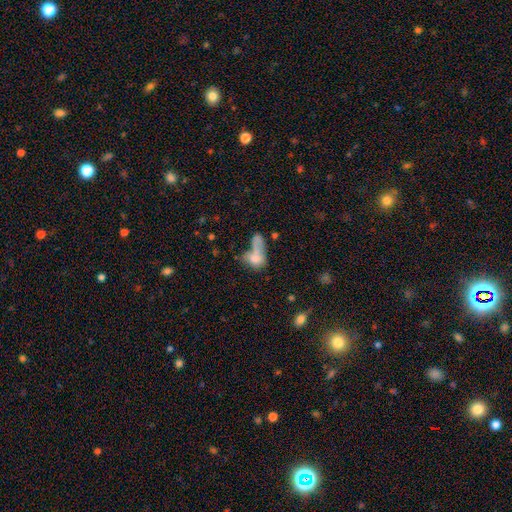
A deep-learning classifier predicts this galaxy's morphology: A smooth galaxy with no disk features (65%) that is in between round and cigar-shaped (76%). Merging: merger (51%).